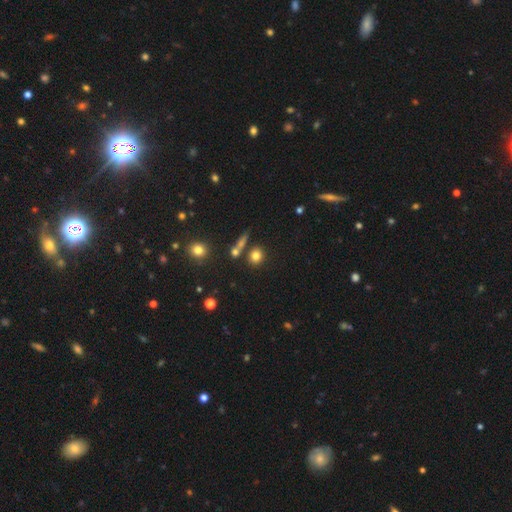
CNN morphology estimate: smooth-or-featured: smooth: 78% | star or artifact: 13% | featured or disk: 9%
  how-rounded: round: 75% | in between: 22% | cigar-shaped: 2%
  merging: none: 72% | merger: 15% | minor disturbance: 9% | major disturbance: 4%